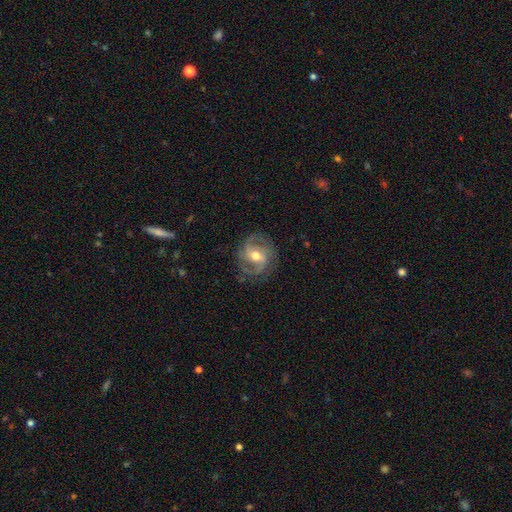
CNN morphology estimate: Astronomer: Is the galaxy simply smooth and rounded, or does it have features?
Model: featured or disk — 84%.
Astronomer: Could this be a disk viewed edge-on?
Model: no — 97%.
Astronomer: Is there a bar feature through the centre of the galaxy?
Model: weak — 45% (runner-up: strong, 31%).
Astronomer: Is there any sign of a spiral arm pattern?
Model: yes — 94%.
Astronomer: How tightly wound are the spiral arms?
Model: medium — 49% (runner-up: tight, 32%).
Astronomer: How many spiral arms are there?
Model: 2 — 66%.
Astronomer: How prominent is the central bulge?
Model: moderate — 73%.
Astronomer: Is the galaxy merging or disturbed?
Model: none — 76%.